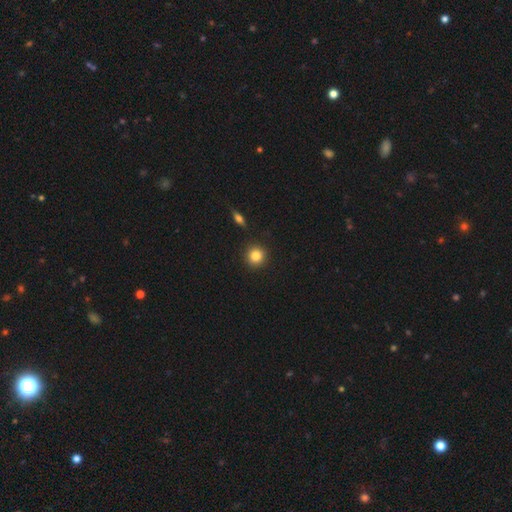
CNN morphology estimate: The model was most divided on "smooth or featured": smooth: 84%, star or artifact: 10%, featured or disk: 6%. More confident: how rounded — round (94%); merging — none (91%).